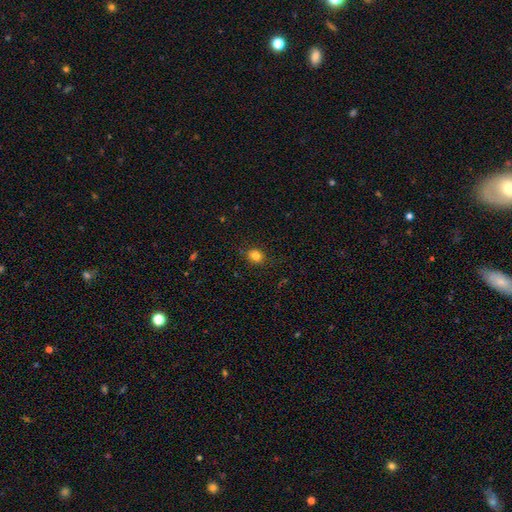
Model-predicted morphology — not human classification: smooth-or-featured: smooth: 82% | star or artifact: 12% | featured or disk: 6%
  how-rounded: round: 67% | in between: 32% | cigar-shaped: 1%
  merging: none: 85% | minor disturbance: 11% | major disturbance: 3% | merger: 1%